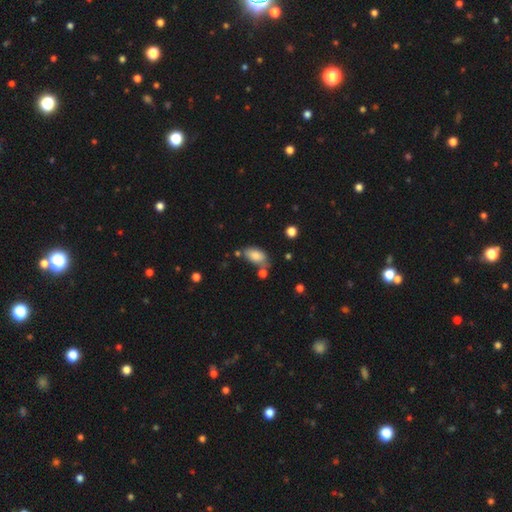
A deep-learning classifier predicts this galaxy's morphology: The model was most divided on "merging": none: 60%, minor disturbance: 20%, merger: 13%, major disturbance: 6%. More confident: how rounded — in between (93%); smooth or featured — smooth (84%).